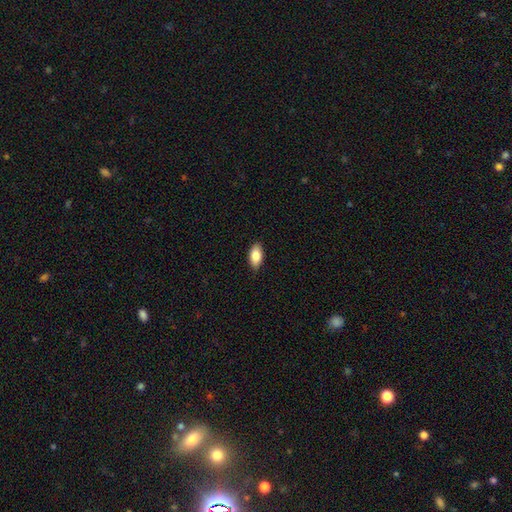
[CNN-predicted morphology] type=smooth (84%); roundness=in between (92%); merging=none (88%).